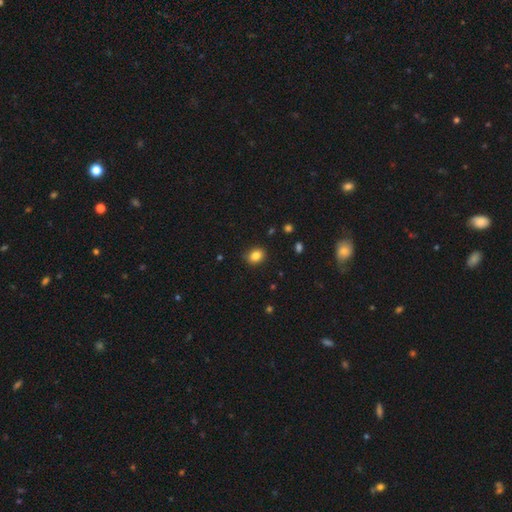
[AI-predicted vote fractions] smooth-or-featured: smooth: 85% | star or artifact: 10% | featured or disk: 5%
  how-rounded: in between: 54% | round: 45% | cigar-shaped: 1%
  merging: none: 85% | minor disturbance: 11% | major disturbance: 2% | merger: 1%